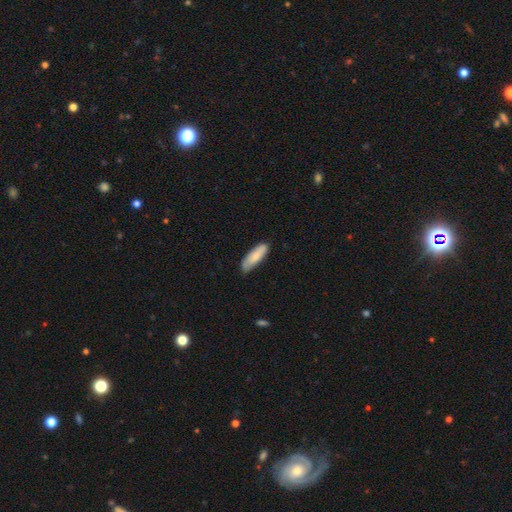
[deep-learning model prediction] Smooth or featured: smooth — 78% (featured or disk — 17%)
How rounded: in between — 55% (cigar-shaped — 43%)
Merging: none — 78% (minor disturbance — 18%)